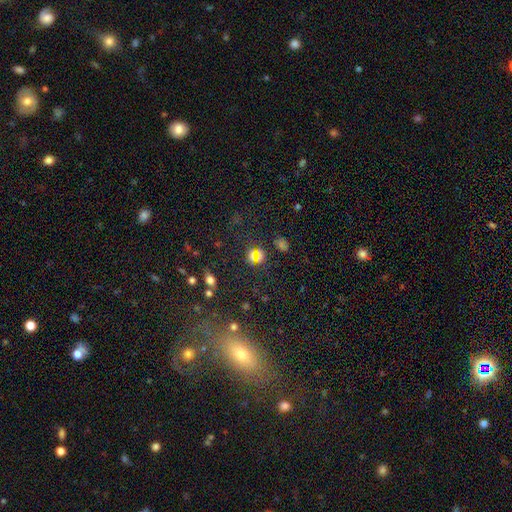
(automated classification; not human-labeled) Smooth or featured? smooth (45%)
Merging? none (55%)